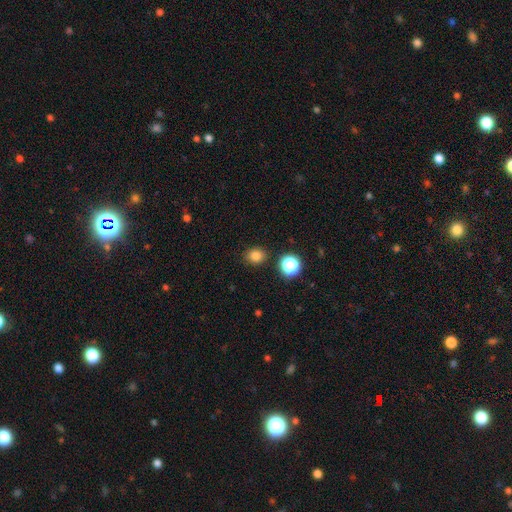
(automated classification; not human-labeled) smooth 81%, star or artifact 15%, featured or disk 5%. Down the decision tree: how rounded — round (70%); merging — none (87%).